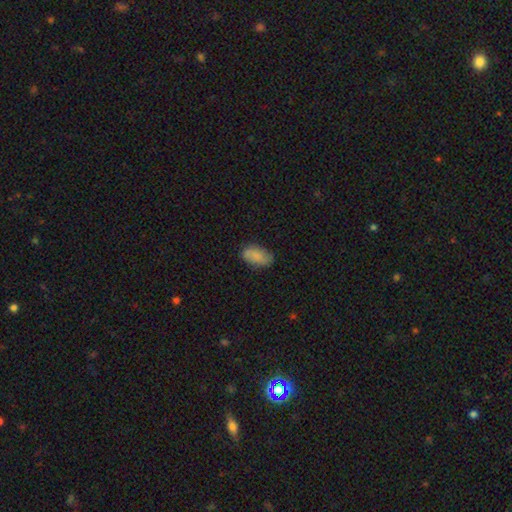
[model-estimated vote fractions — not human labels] This is clearly a smooth galaxy (81%). How rounded: clearly in between (93%). Merging: likely none (75%).